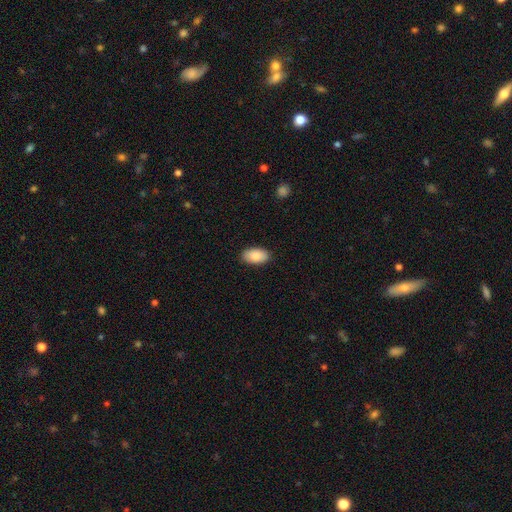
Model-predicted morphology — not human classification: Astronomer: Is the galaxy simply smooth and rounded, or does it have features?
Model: smooth — 88%.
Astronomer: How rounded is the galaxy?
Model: in between — 95%.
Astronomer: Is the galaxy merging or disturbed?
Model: none — 88%.